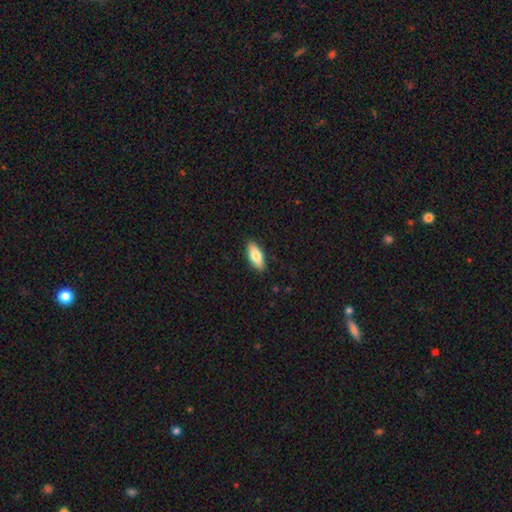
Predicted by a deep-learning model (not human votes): A smooth galaxy with no disk features (79%) that is in between round and cigar-shaped (81%).

Vote fractions:
- Smooth or featured? smooth: 79% / featured or disk: 15% / star or artifact: 6%
- How rounded? in between: 81% / cigar-shaped: 16% / round: 2%
- Merging? none: 90% / minor disturbance: 8% / major disturbance: 2% / merger: 1%